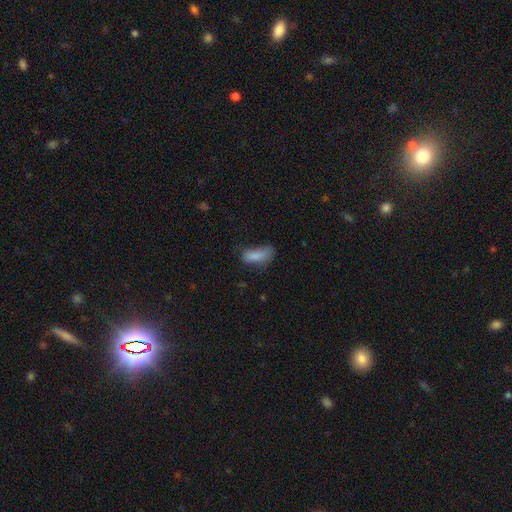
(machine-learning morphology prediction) A smooth galaxy with no disk features (81%) that is in between round and cigar-shaped (81%).

Vote fractions:
- Smooth or featured? smooth: 81% / featured or disk: 10% / star or artifact: 9%
- How rounded? in between: 81% / cigar-shaped: 16% / round: 3%
- Merging? none: 40% / minor disturbance: 35% / major disturbance: 22% / merger: 3%